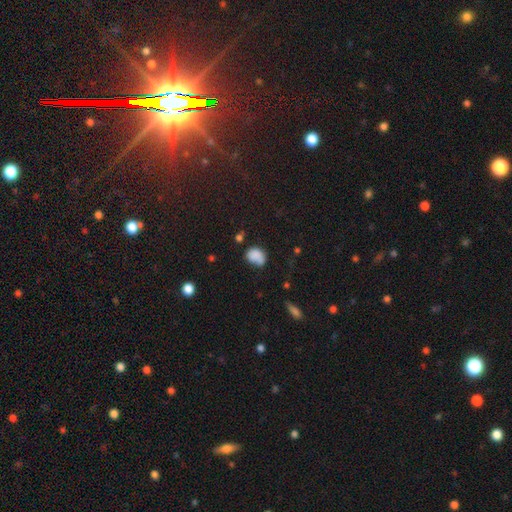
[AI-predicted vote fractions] This appears to be a smooth galaxy with no disk features (80%) that is in between round and cigar-shaped (59%). Merging: none (46%).